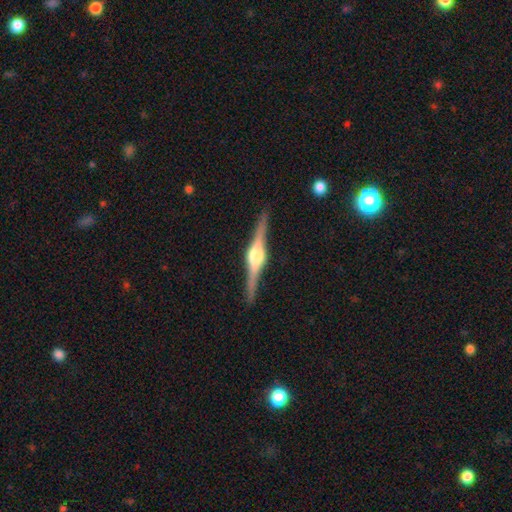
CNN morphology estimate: Smooth or featured? Predicted: featured or disk (p=0.87). Edge-on disk? Predicted: yes (p=0.98). Edge-on bulge? Predicted: rounded (p=0.91). Merging? Predicted: none (p=0.91).